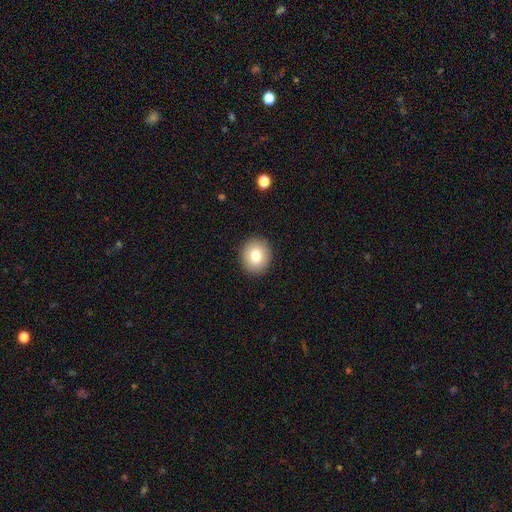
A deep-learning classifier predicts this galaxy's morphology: Smooth or featured? smooth (78%)
How rounded? round (77%)
Merging? none (91%)